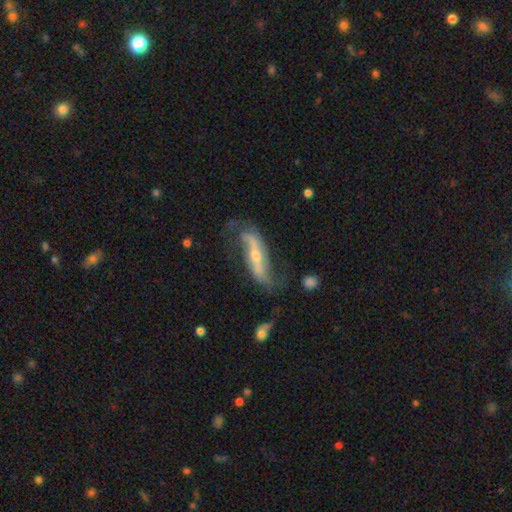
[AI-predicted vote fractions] smooth-or-featured: featured or disk: 84% | smooth: 11% | star or artifact: 5%
  disk-edge-on: no: 80% | yes: 20%
    bar: strong: 53% | no: 25% | weak: 22%
    has-spiral-arms: yes: 91% | no: 9%
      spiral-winding: loose: 75% | medium: 18% | tight: 7%
      spiral-arm-count: 2: 89% | can't tell: 4% | 1: 3% | 3: 1% | 4: 1% | more than 4: 1%
    bulge-size: small: 55% | moderate: 41% | large: 2% | none: 1% | dominant: 1%
  merging: none: 59% | minor disturbance: 22% | major disturbance: 15% | merger: 3%